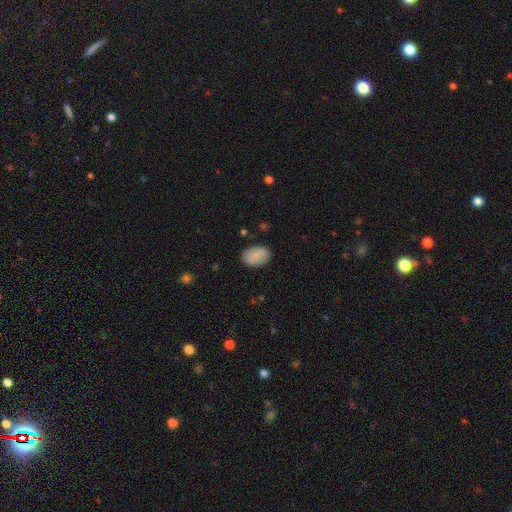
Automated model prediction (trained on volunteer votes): Morphology: type=smooth (81%); roundness=in between (87%); merging=none (84%).